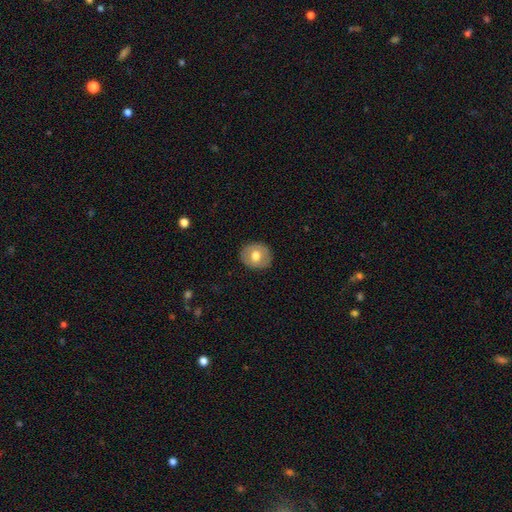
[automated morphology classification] This appears to be a smooth galaxy with no disk features (65%) that is round (70%). Merging: none (88%).